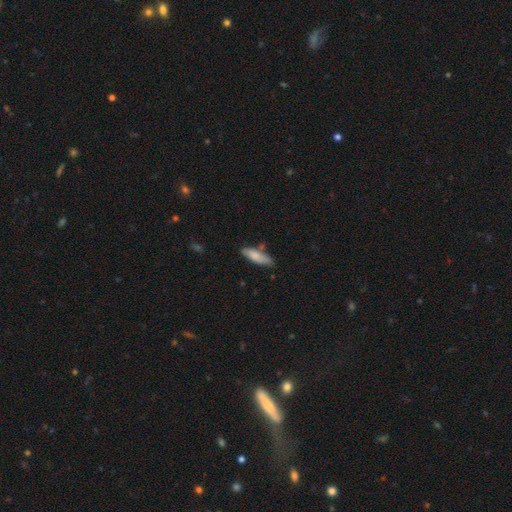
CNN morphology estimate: type=smooth (80%); roundness=cigar-shaped (57%); merging=none (70%).